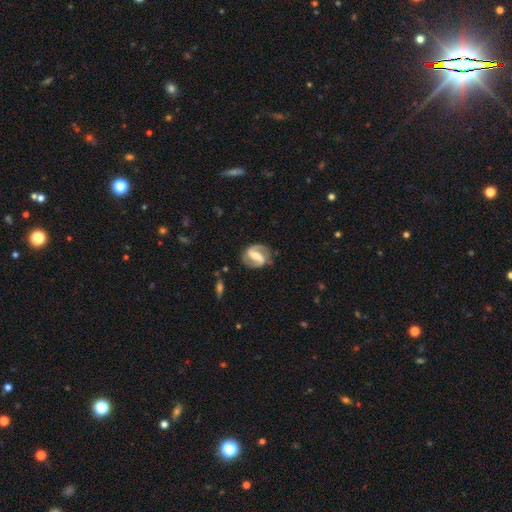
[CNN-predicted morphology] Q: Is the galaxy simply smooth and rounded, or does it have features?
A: featured or disk — 87%.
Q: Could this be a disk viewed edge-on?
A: no — 97%.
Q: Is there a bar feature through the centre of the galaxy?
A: strong — 55%.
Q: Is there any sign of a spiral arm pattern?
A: yes — 95%.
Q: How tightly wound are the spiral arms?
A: medium — 50%.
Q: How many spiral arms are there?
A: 2 — 92%.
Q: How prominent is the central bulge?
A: moderate — 46%.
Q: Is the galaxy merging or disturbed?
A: none — 81%.